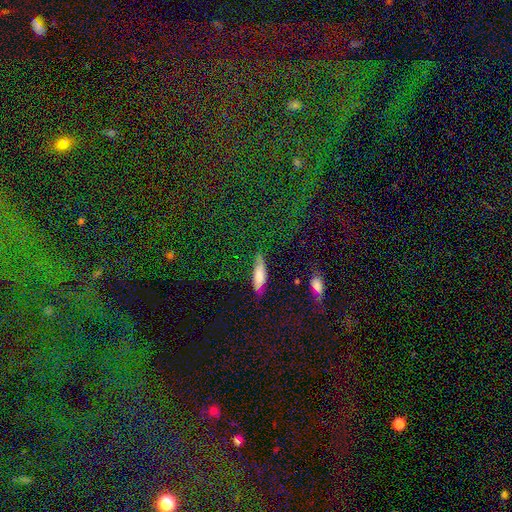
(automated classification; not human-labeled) Overall: star or artifact (73%).